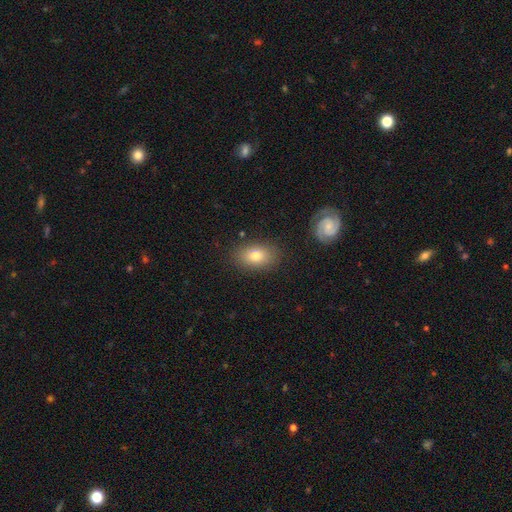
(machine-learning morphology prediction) Smooth or featured? Predicted: smooth (p=0.75). How rounded? Predicted: in between (p=0.83). Merging? Predicted: none (p=0.84).